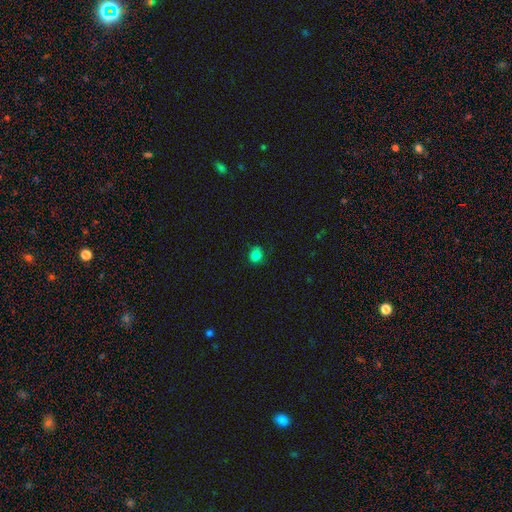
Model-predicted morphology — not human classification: This is clearly a smooth galaxy (83%). How rounded: likely round (77%). Merging: clearly none (80%).